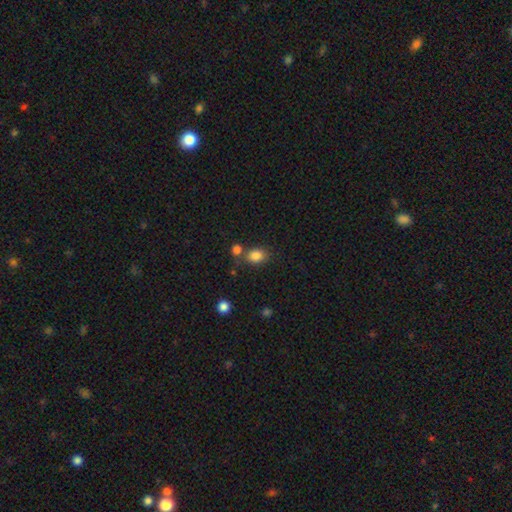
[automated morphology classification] Smooth or featured: smooth — 84% (star or artifact — 10%)
How rounded: in between — 59% (round — 40%)
Merging: none — 64% (merger — 19%)